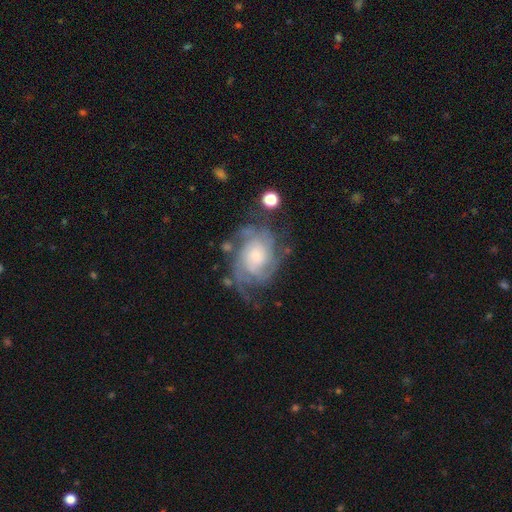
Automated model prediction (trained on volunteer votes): A featured or disk galaxy (83%) with no bar (75%), tight (57%) spiral arms (94%) and a small central bulge (64%). Merging: none (59%).